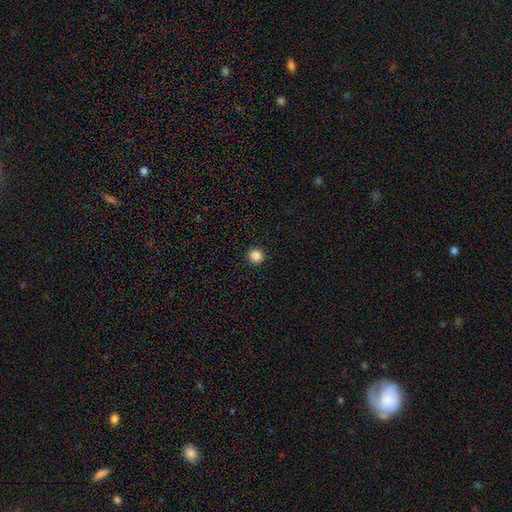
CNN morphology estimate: smooth-or-featured: smooth: 86% | star or artifact: 11% | featured or disk: 3%
  how-rounded: round: 94% | in between: 5% | cigar-shaped: 1%
  merging: none: 93% | minor disturbance: 4% | major disturbance: 2% | merger: 1%